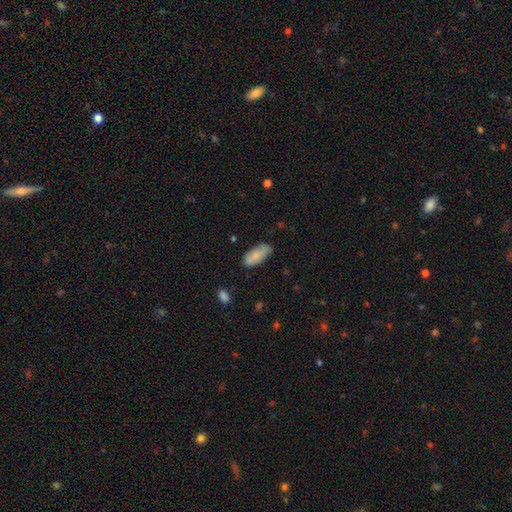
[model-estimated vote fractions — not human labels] Q: Smooth or featured?
A: smooth (83%); runner-up: featured or disk (11%)
Q: How rounded?
A: in between (85%); runner-up: cigar-shaped (13%)
Q: Merging?
A: none (70%); runner-up: minor disturbance (22%)